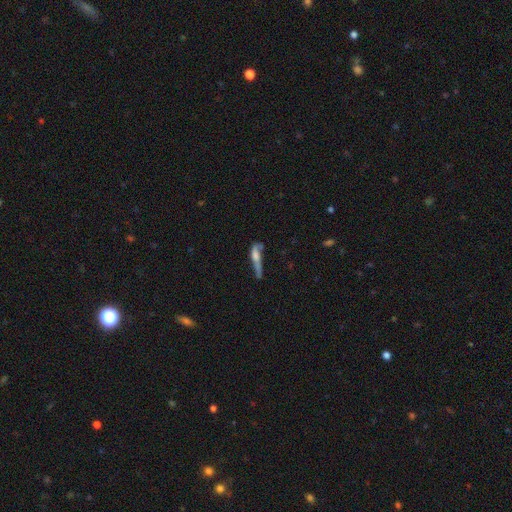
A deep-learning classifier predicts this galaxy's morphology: Smooth or featured? Predicted: smooth (p=0.47). Merging? Predicted: major disturbance (p=0.31).